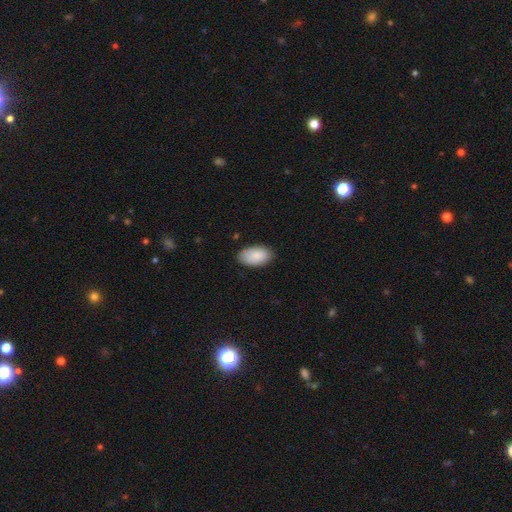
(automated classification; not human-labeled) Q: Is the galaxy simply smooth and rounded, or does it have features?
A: smooth — 88%.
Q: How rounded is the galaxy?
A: in between — 95%.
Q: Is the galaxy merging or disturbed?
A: none — 83%.